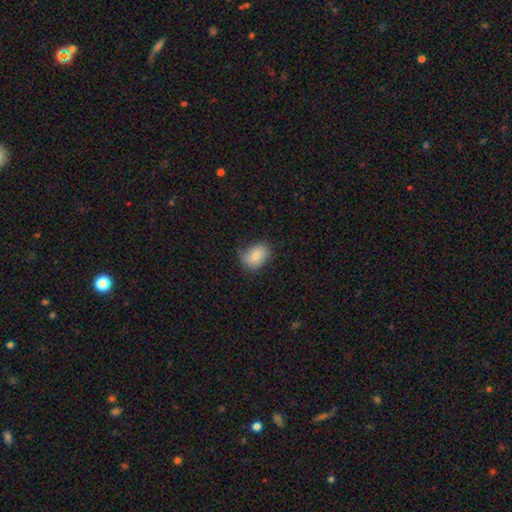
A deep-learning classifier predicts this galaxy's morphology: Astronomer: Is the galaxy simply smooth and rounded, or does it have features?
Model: smooth — 77%.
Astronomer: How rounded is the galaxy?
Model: in between — 64%.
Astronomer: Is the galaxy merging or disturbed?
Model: none — 66%.